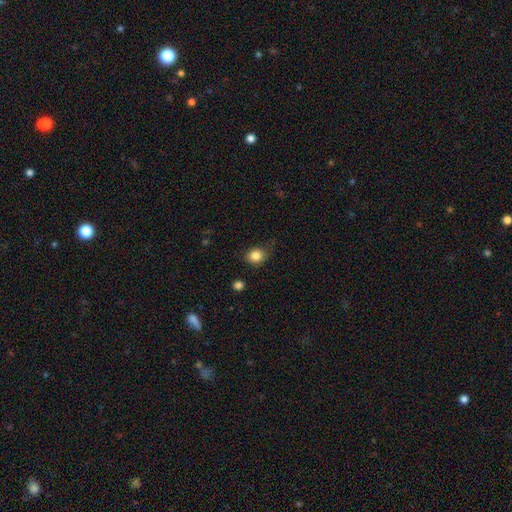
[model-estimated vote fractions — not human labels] The model was most divided on "how rounded": round: 69%, in between: 30%, cigar-shaped: 1%. More confident: smooth or featured — smooth (84%); merging — none (69%).